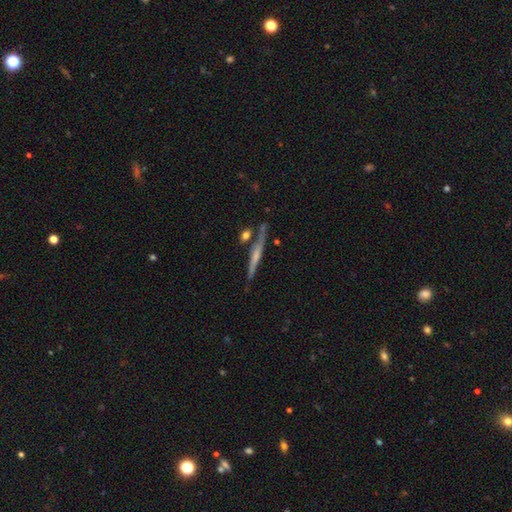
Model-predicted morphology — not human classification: Smooth or featured: featured or disk — 65% (smooth — 27%)
Edge-on disk: yes — 95% (no — 5%)
Edge-on bulge: rounded — 45% (none — 40%)
Merging: none — 75% (minor disturbance — 13%)